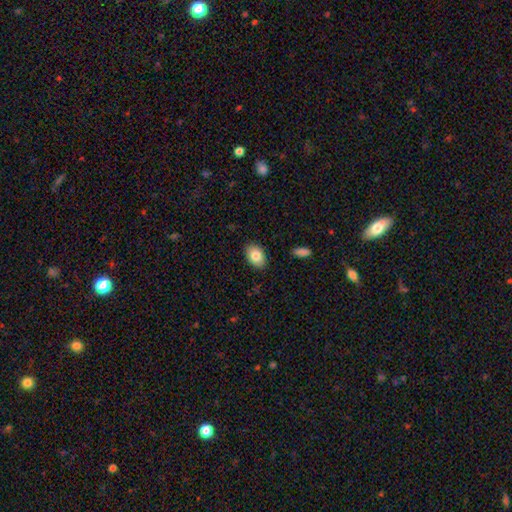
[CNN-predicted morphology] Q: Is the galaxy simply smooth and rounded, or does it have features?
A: smooth — 84%.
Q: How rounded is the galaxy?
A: in between — 84%.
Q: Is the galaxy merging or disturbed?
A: none — 88%.